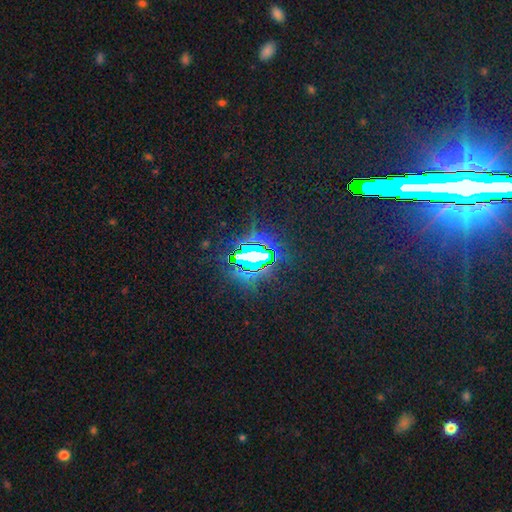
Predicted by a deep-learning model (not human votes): A star or artifact, not a galaxy (81%).

Vote fractions:
- Smooth or featured? star or artifact: 81% / smooth: 10% / featured or disk: 9%